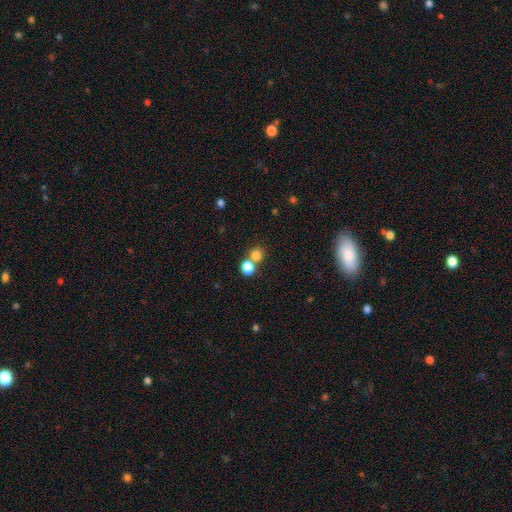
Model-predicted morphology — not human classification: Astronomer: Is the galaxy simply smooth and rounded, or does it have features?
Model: smooth — 79%.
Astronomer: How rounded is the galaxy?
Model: round — 82%.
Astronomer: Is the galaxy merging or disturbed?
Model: none — 51% (runner-up: merger, 40%).